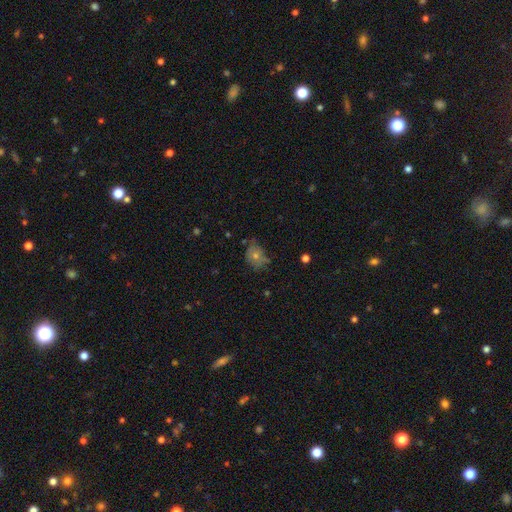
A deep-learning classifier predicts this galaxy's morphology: Smooth or featured: smooth — 48% (featured or disk — 31%)
Merging: none — 60% (minor disturbance — 25%)